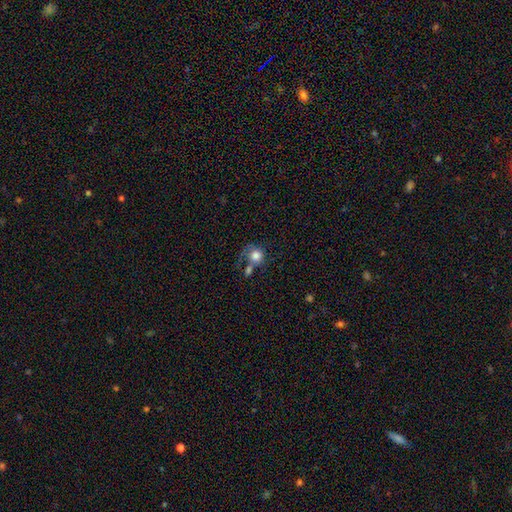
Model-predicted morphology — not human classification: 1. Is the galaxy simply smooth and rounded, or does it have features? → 73% smooth, 18% featured or disk, 9% star or artifact.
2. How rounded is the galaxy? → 82% round, 17% in between, 1% cigar-shaped.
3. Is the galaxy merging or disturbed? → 32% merger, 31% none, 22% major disturbance, 14% minor disturbance.